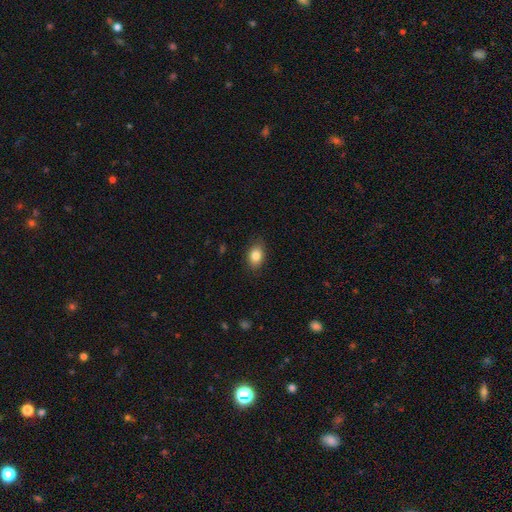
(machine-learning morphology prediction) Smooth or featured? Predicted: smooth (p=0.84). How rounded? Predicted: in between (p=0.81). Merging? Predicted: none (p=0.84).